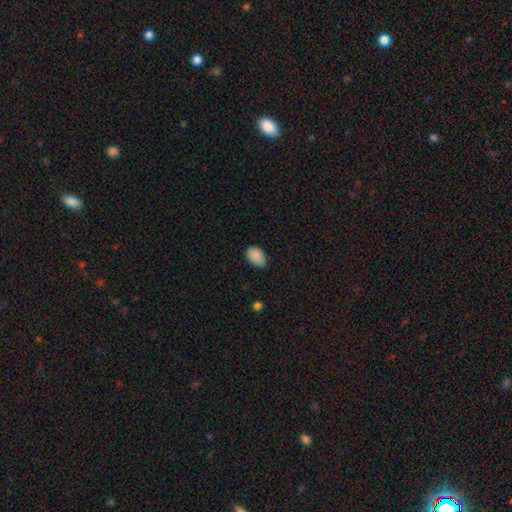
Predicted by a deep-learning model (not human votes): A smooth galaxy with no disk features (89%) that is in between round and cigar-shaped (87%).

Vote fractions:
- Smooth or featured? smooth: 89% / star or artifact: 7% / featured or disk: 3%
- How rounded? in between: 87% / round: 12% / cigar-shaped: 1%
- Merging? none: 79% / minor disturbance: 17% / major disturbance: 3% / merger: 1%